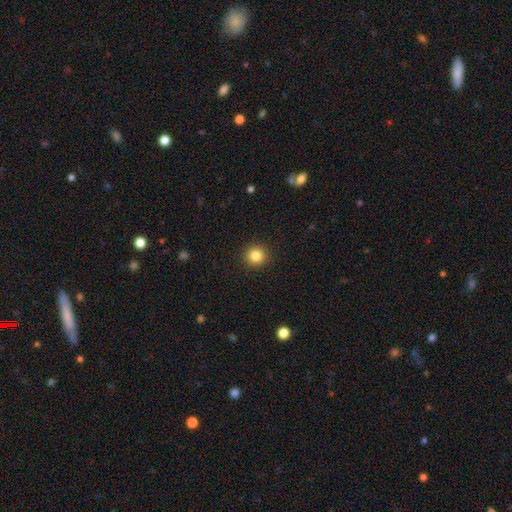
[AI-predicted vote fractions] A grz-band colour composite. It shows a smooth galaxy with no disk features (84%) that is round (94%). Merging: none (92%).